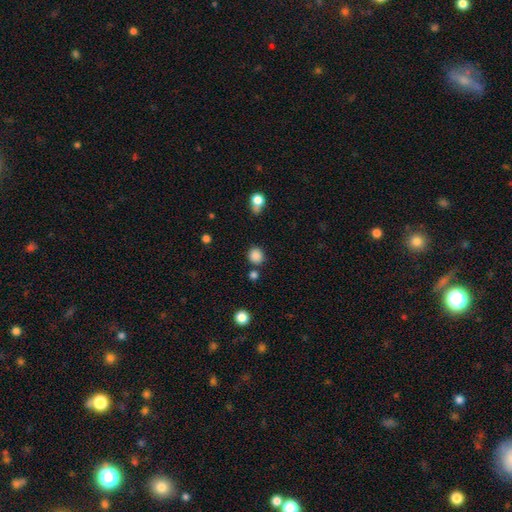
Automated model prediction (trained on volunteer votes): Q: Smooth or featured?
A: smooth (85%); runner-up: star or artifact (11%)
Q: How rounded?
A: round (83%); runner-up: in between (16%)
Q: Merging?
A: none (79%); runner-up: minor disturbance (10%)